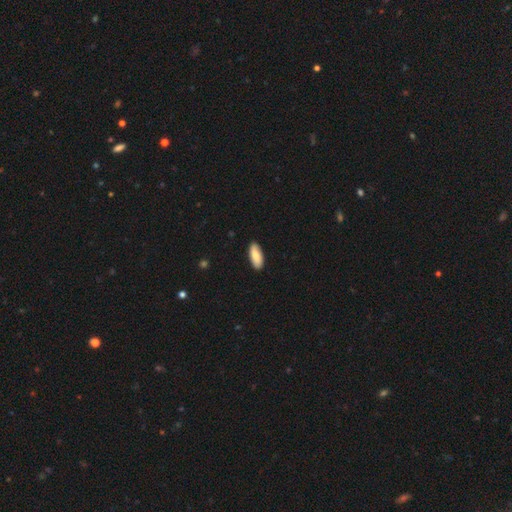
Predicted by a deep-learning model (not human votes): Smooth or featured? Predicted: smooth (p=0.83). How rounded? Predicted: in between (p=0.81). Merging? Predicted: none (p=0.88).